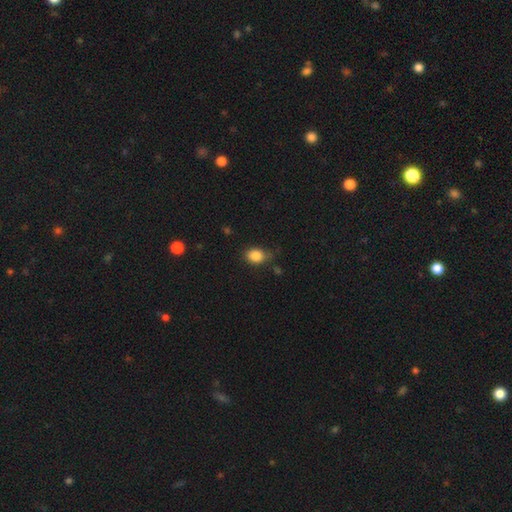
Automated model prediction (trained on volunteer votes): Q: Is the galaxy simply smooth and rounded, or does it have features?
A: smooth — 86%.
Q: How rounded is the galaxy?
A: in between — 57%.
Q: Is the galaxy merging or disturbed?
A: none — 67%.